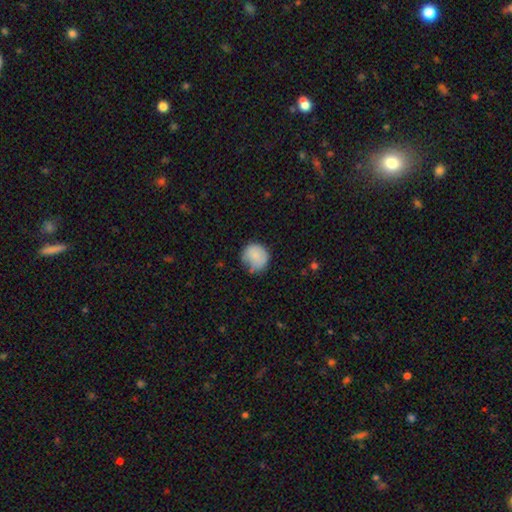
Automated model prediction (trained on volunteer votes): smooth 80%, featured or disk 12%, star or artifact 7%. Down the decision tree: how rounded — round (83%); merging — none (59%).